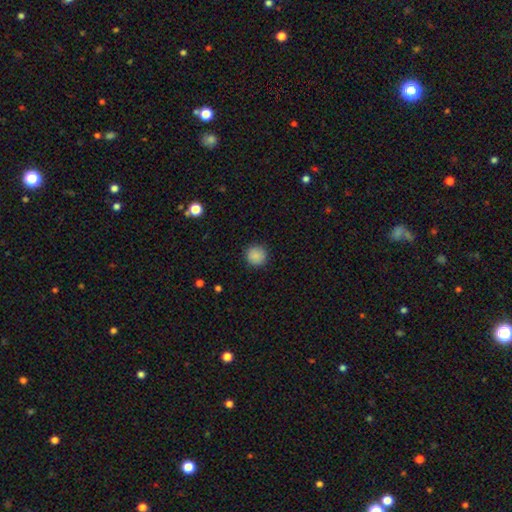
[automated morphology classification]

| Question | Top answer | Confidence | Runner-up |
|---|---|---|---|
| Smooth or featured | smooth | 88% | star or artifact (9%) |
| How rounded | round | 95% | in between (4%) |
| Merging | none | 91% | minor disturbance (6%) |